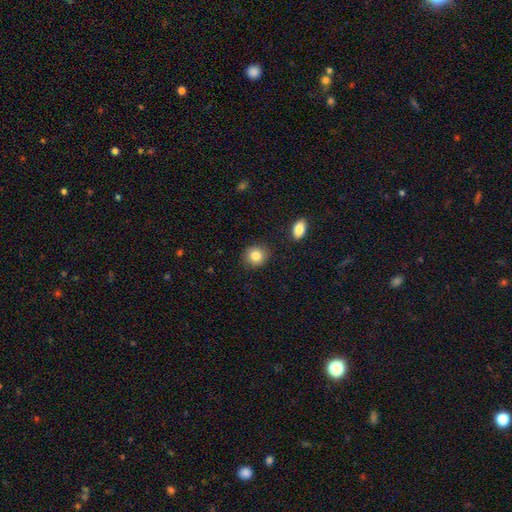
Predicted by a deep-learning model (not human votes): smooth-or-featured: smooth: 84% | star or artifact: 9% | featured or disk: 7%
  how-rounded: round: 82% | in between: 17% | cigar-shaped: 1%
  merging: none: 87% | minor disturbance: 9% | major disturbance: 2% | merger: 2%